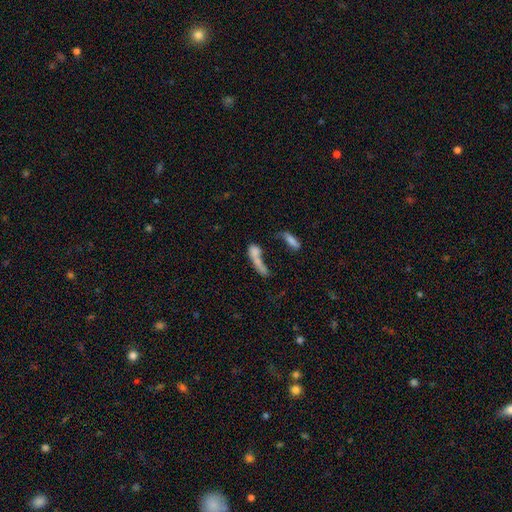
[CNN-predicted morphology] Overall: smooth (62%; featured or disk 26%). How rounded: cigar-shaped (56%; in between 36%). Merging: merger (52%; none 21%).